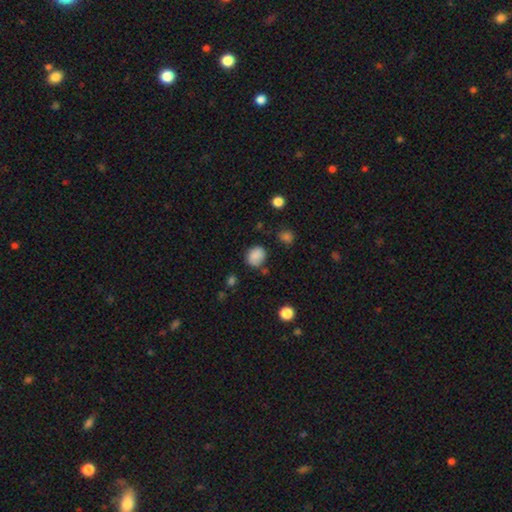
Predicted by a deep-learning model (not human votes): smooth-or-featured: smooth: 84% | star or artifact: 10% | featured or disk: 7%
  how-rounded: round: 64% | in between: 35% | cigar-shaped: 1%
  merging: none: 71% | minor disturbance: 19% | major disturbance: 5% | merger: 5%